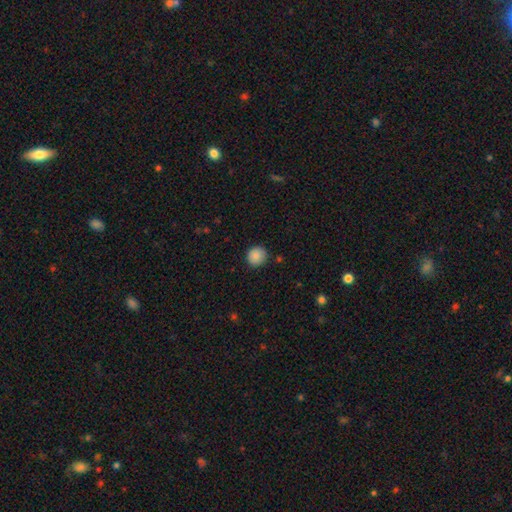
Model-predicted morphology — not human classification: smooth 87%, star or artifact 8%, featured or disk 4%. Down the decision tree: how rounded — round (89%); merging — none (88%).